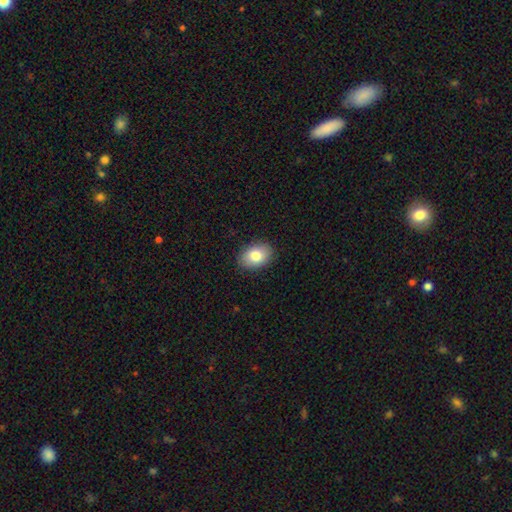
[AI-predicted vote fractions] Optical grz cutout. It shows a smooth galaxy with no disk features (83%) that is in between round and cigar-shaped (81%). Merging: none (89%).